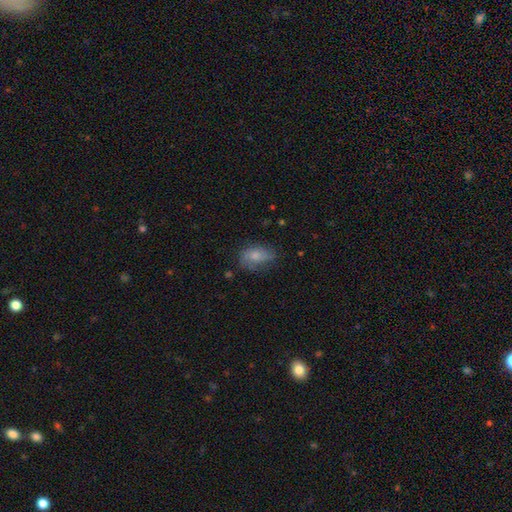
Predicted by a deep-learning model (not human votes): Smooth or featured? smooth (70%)
How rounded? in between (86%)
Merging? none (54%)